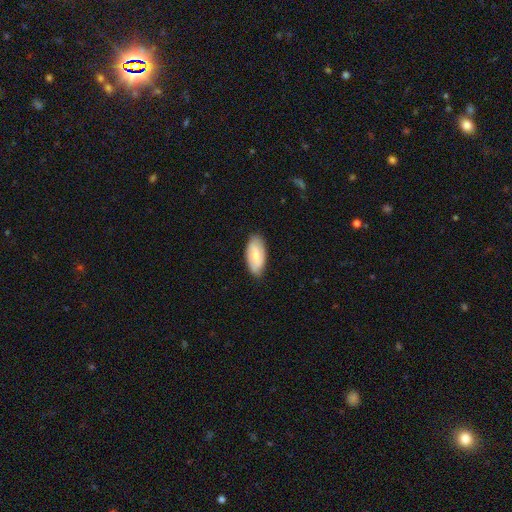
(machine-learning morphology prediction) smooth-or-featured: smooth: 68% | featured or disk: 27% | star or artifact: 6%
  how-rounded: in between: 92% | cigar-shaped: 6% | round: 2%
  merging: none: 81% | minor disturbance: 16% | major disturbance: 2% | merger: 1%